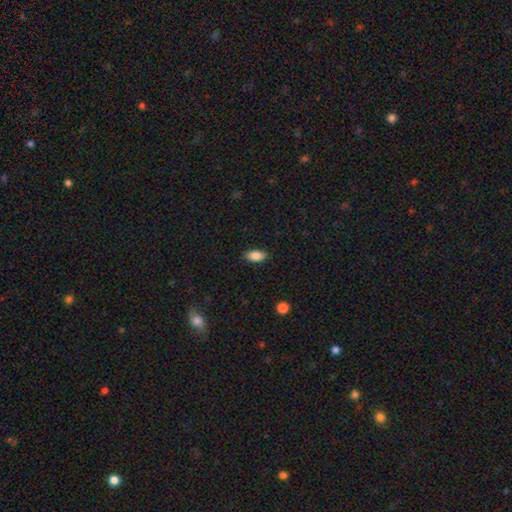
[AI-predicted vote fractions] Smooth or featured?
  - smooth: 86% *
  - star or artifact: 8%
  - featured or disk: 7%
How rounded?
  - in between: 91% *
  - cigar-shaped: 5%
  - round: 5%
Merging?
  - none: 86% *
  - minor disturbance: 10%
  - major disturbance: 2%
  - merger: 1%